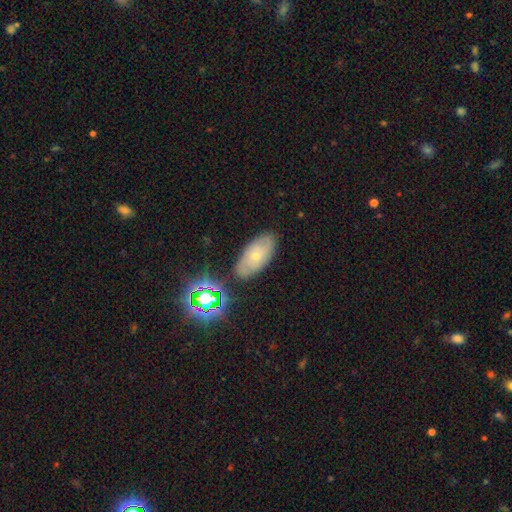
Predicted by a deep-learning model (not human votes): Q: Smooth or featured?
A: smooth (46%); runner-up: featured or disk (42%)
Q: Merging?
A: none (79%); runner-up: minor disturbance (14%)